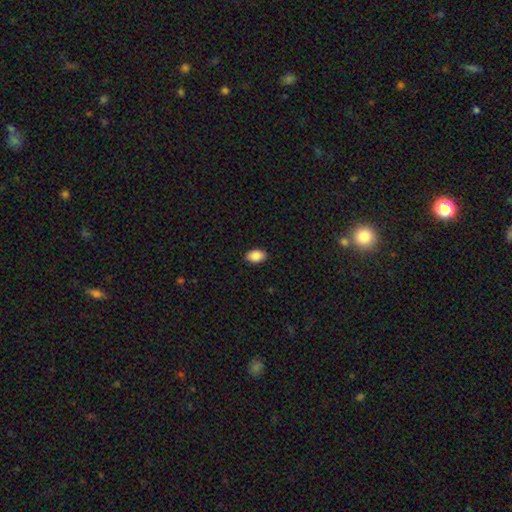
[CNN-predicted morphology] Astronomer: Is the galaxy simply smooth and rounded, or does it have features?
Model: smooth — 89%.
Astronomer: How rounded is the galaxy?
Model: in between — 89%.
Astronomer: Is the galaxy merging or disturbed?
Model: none — 88%.